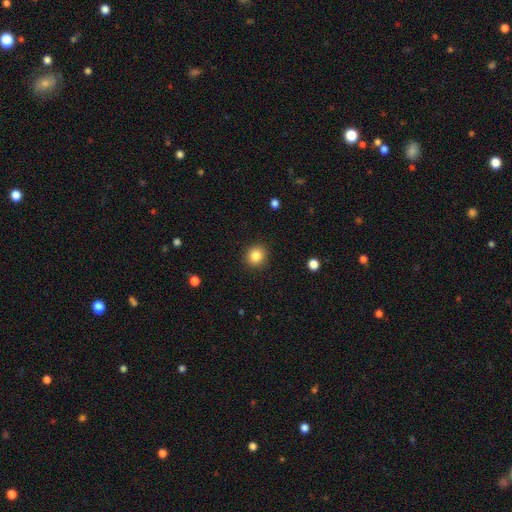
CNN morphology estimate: Overall: smooth (85%). How rounded: round (86%). Merging: none (91%).